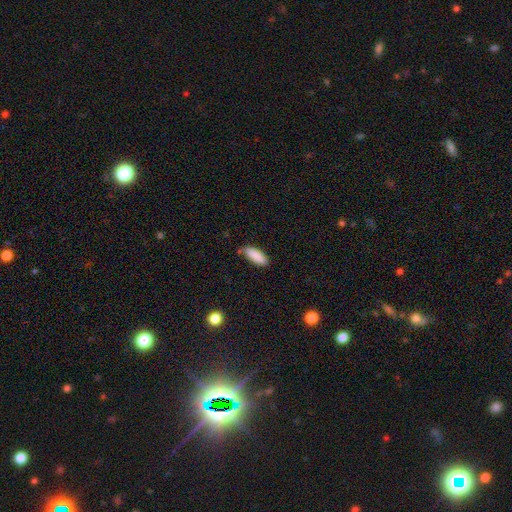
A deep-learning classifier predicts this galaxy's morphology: Q: Smooth or featured?
A: smooth (89%); runner-up: star or artifact (7%)
Q: How rounded?
A: in between (73%); runner-up: cigar-shaped (25%)
Q: Merging?
A: none (72%); runner-up: minor disturbance (21%)